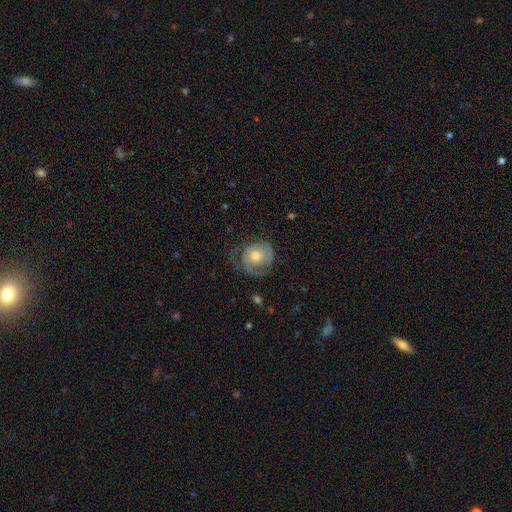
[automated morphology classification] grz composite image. It shows a featured or disk galaxy (65%) with no bar (82%), spiral arms (77%) and a moderate central bulge (67%). Merging: none (58%).